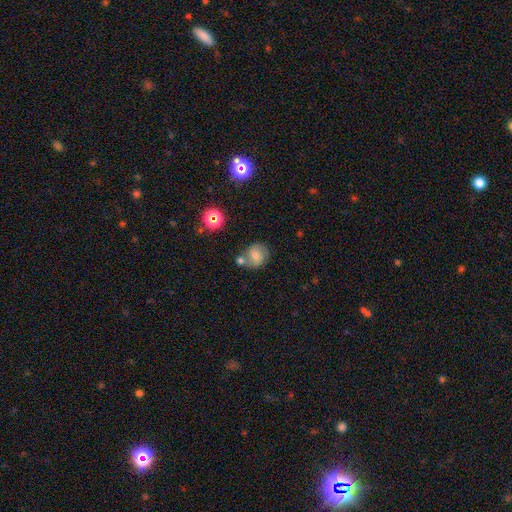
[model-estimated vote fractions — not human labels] smooth_or_featured: smooth (p=0.59) [alt: featured or disk p=0.28]
how_rounded: round (p=0.78) [alt: in between p=0.21]
merging: none (p=0.53) [alt: merger p=0.26]